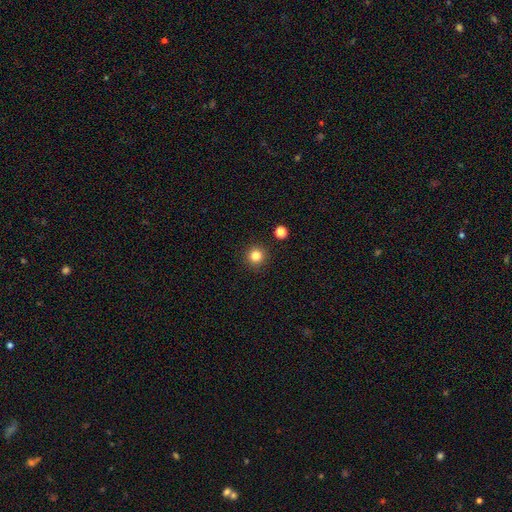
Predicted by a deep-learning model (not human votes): smooth 83%, star or artifact 13%, featured or disk 5%. Down the decision tree: how rounded — round (95%); merging — none (92%).